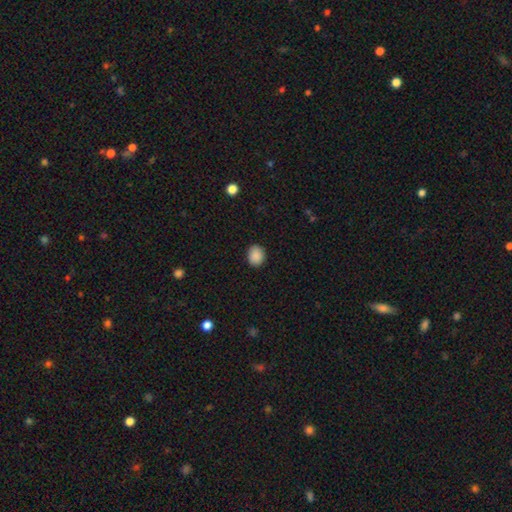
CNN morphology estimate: smooth_or_featured: smooth (p=0.89) [alt: star or artifact p=0.08]
how_rounded: round (p=0.54) [alt: in between p=0.45]
merging: none (p=0.89) [alt: minor disturbance p=0.08]